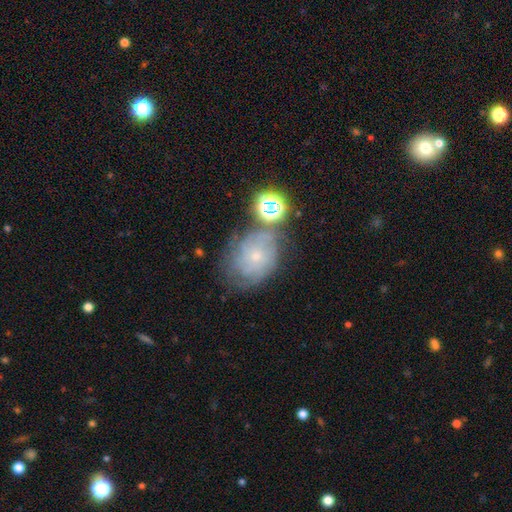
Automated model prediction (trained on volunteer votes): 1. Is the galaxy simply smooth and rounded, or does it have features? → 65% featured or disk, 19% smooth, 17% star or artifact.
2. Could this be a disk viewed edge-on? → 97% no, 3% yes.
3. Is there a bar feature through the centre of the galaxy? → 82% no, 15% weak, 3% strong.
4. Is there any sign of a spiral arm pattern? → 88% yes, 12% no.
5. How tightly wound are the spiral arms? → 65% tight, 27% medium, 8% loose.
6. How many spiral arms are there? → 47% can't tell, 15% 4, 15% 3, 9% 2, 9% more than 4, 5% 1.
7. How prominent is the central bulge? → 80% small, 15% moderate, 3% none, 1% large, 1% dominant.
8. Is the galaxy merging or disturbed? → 56% none, 21% minor disturbance, 11% major disturbance, 11% merger.